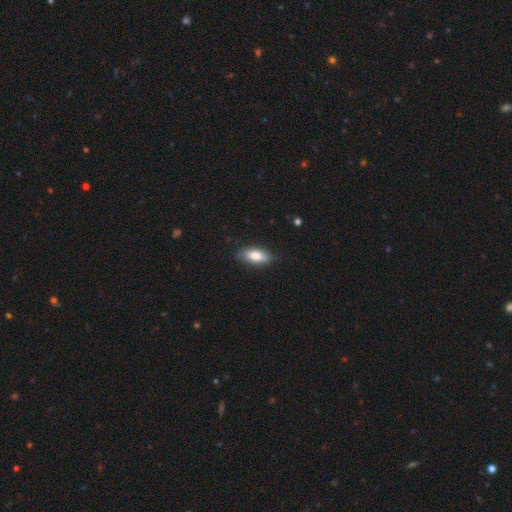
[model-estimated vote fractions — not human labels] smooth-or-featured: smooth: 77% | featured or disk: 17% | star or artifact: 6%
  how-rounded: in between: 82% | cigar-shaped: 16% | round: 3%
  merging: none: 81% | minor disturbance: 15% | major disturbance: 3% | merger: 1%